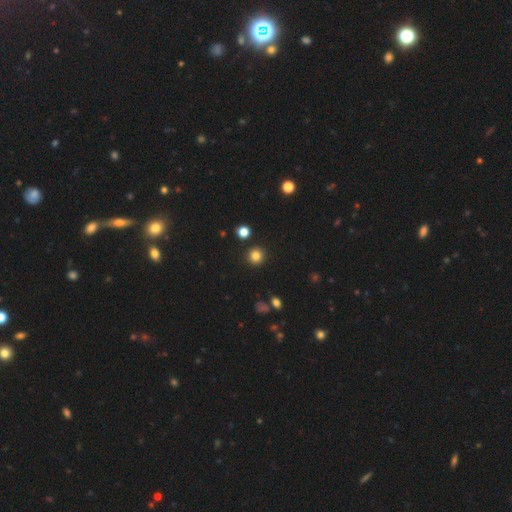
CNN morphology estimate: The model was most divided on "smooth or featured": smooth: 83%, star or artifact: 12%, featured or disk: 4%. More confident: how rounded — round (94%); merging — none (91%).